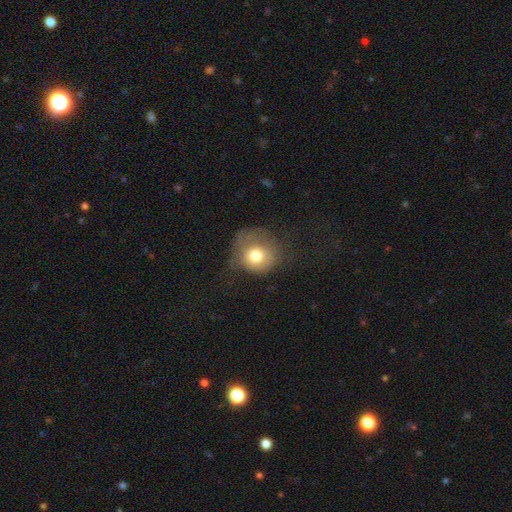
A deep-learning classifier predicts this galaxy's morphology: Q: Smooth or featured?
A: smooth (72%); runner-up: featured or disk (17%)
Q: How rounded?
A: round (82%); runner-up: in between (17%)
Q: Merging?
A: none (38%); runner-up: major disturbance (31%)